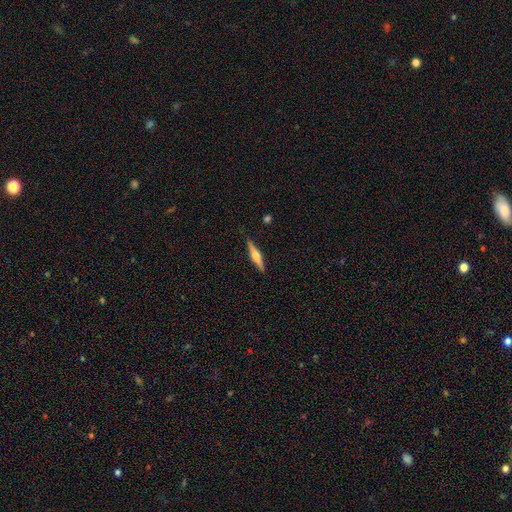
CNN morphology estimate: This appears to be a featured or disk galaxy (65%) viewed edge-on (97%) with a rounded central bulge (91%). Merging: none (88%).